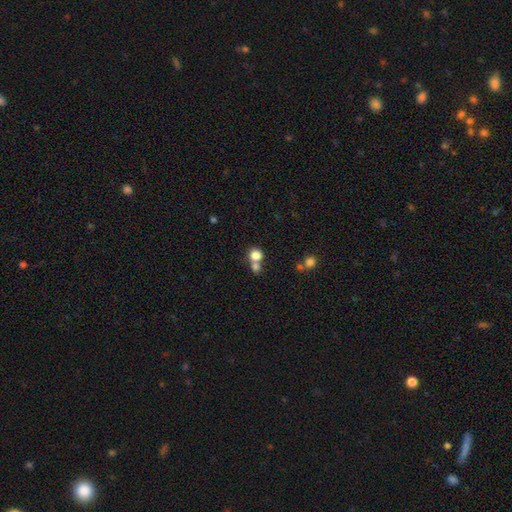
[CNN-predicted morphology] The model was most divided on "merging" (2-way tie): none: 45%, merger: 45%, minor disturbance: 7%, major disturbance: 3%. More confident: how rounded — round (82%); smooth or featured — smooth (80%).